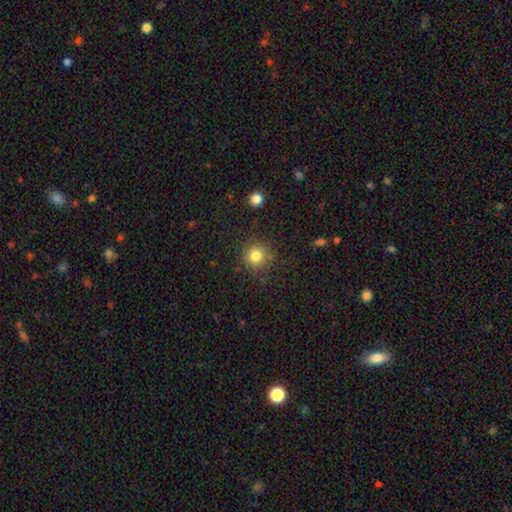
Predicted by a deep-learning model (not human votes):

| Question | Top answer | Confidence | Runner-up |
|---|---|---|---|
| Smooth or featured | smooth | 81% | star or artifact (13%) |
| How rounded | round | 93% | in between (6%) |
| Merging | none | 84% | minor disturbance (10%) |